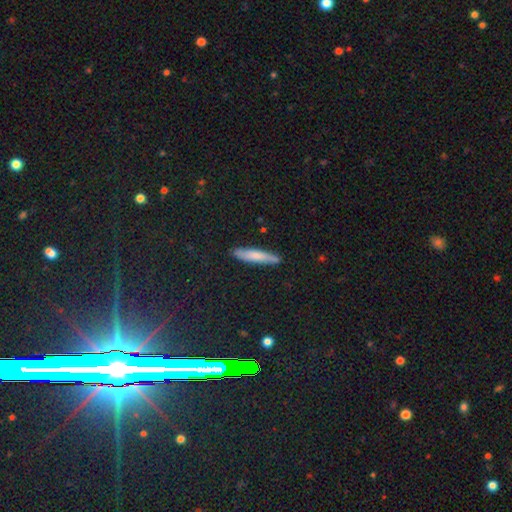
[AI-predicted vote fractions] This is likely a smooth galaxy (69%). How rounded: clearly cigar-shaped (87%). Merging: clearly none (86%).